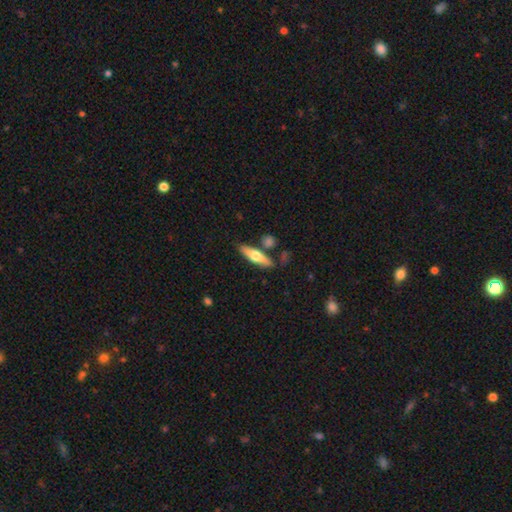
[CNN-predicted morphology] Overall: smooth (47%, tied with featured or disk). Merging: none (76%).